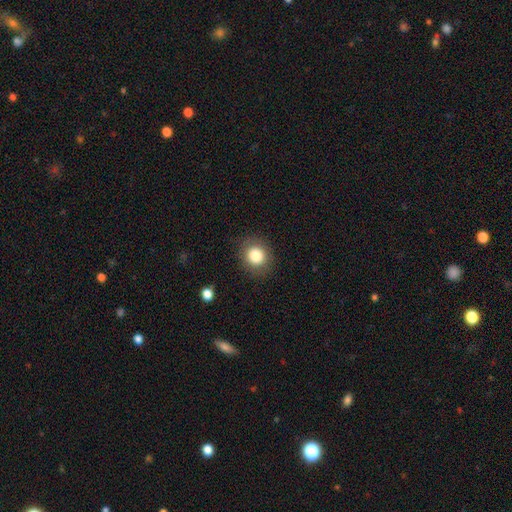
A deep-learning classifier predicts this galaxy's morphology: The model was most divided on "how rounded": round: 82%, in between: 17%, cigar-shaped: 1%. More confident: merging — none (87%); smooth or featured — smooth (82%).